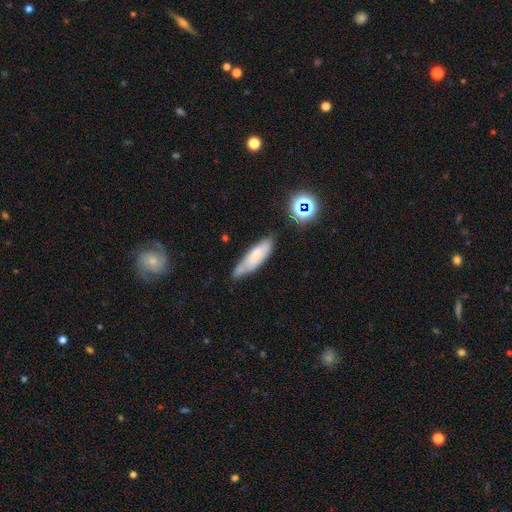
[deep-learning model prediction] Smooth or featured?
  - smooth: 62% *
  - featured or disk: 29%
  - star or artifact: 9%
How rounded?
  - cigar-shaped: 56% *
  - in between: 42%
  - round: 2%
Merging?
  - none: 60% *
  - minor disturbance: 28%
  - major disturbance: 6%
  - merger: 6%